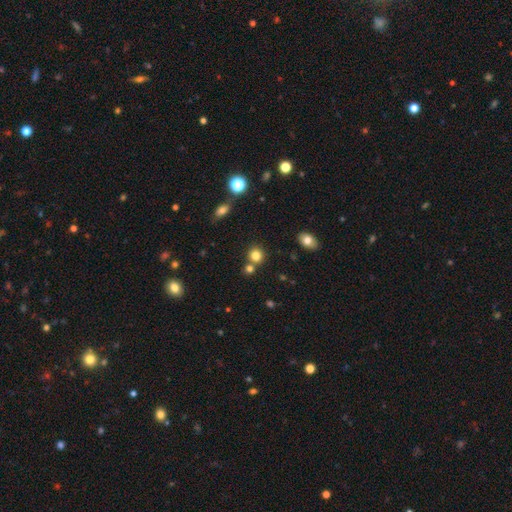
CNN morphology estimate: A smooth galaxy with no disk features (80%) that is round (86%).

Vote fractions:
- Smooth or featured? smooth: 80% / star or artifact: 13% / featured or disk: 7%
- How rounded? round: 86% / in between: 13% / cigar-shaped: 1%
- Merging? none: 71% / merger: 18% / minor disturbance: 8% / major disturbance: 3%